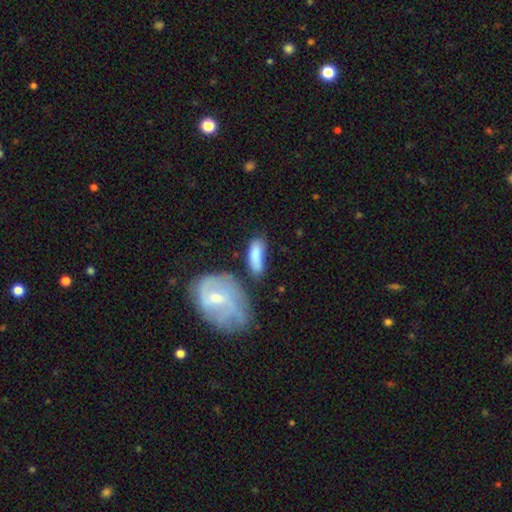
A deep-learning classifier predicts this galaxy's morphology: Smooth or featured: smooth — 81% (featured or disk — 13%)
How rounded: in between — 67% (cigar-shaped — 29%)
Merging: none — 52% (minor disturbance — 24%)